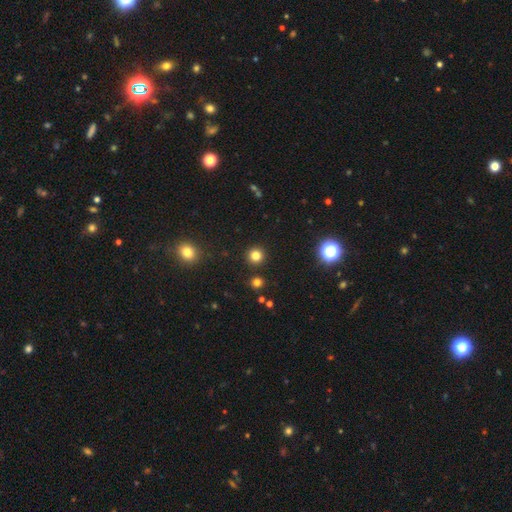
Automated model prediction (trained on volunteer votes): Smooth or featured? Predicted: smooth (p=0.81). How rounded? Predicted: round (p=0.94). Merging? Predicted: none (p=0.91).